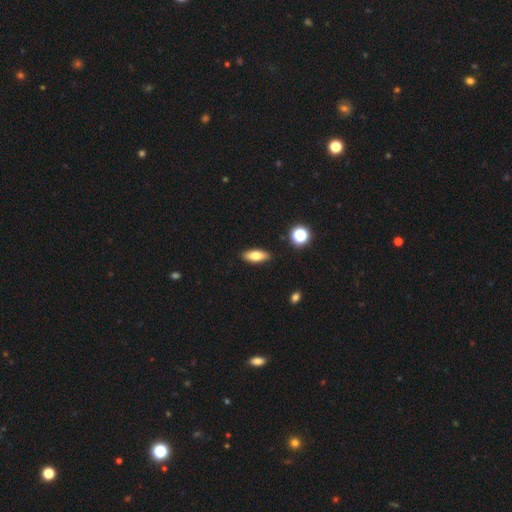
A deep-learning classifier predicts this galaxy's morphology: Q: Smooth or featured?
A: smooth (73%); runner-up: featured or disk (19%)
Q: How rounded?
A: in between (71%); runner-up: cigar-shaped (25%)
Q: Merging?
A: none (89%); runner-up: minor disturbance (8%)